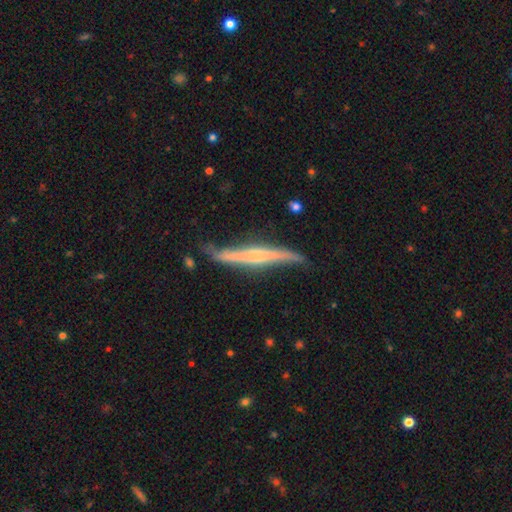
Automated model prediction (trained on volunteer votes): This is likely a featured or disk galaxy (74%). It is clearly viewed edge-on (89%). Edge-on bulge: likely rounded (60%). Merging: likely none (64%).